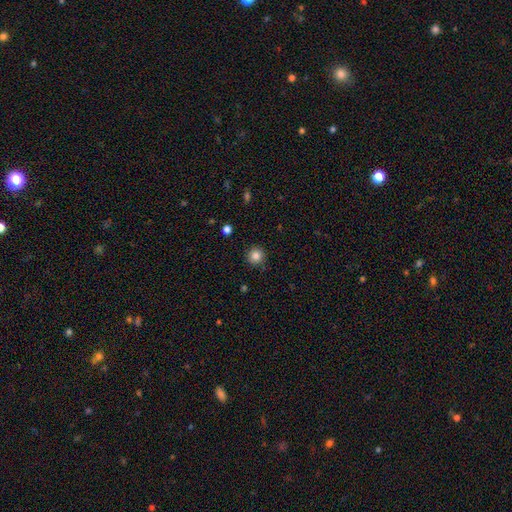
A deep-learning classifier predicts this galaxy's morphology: Q: Smooth or featured?
A: smooth (85%); runner-up: star or artifact (11%)
Q: How rounded?
A: round (95%); runner-up: in between (4%)
Q: Merging?
A: none (90%); runner-up: minor disturbance (6%)